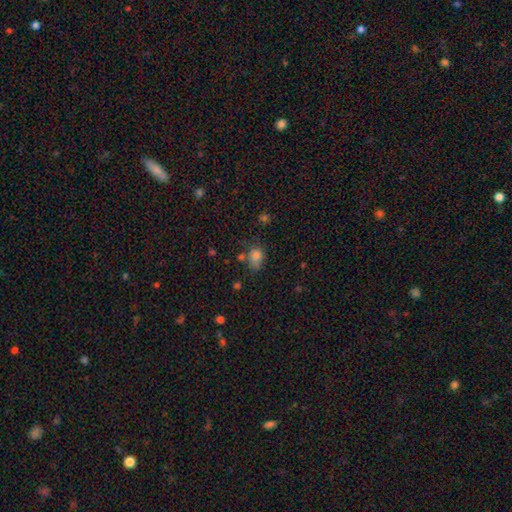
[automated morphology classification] The model was most divided on "how rounded": in between: 52%, round: 47%, cigar-shaped: 1%. More confident: smooth or featured — smooth (77%); merging — none (56%).